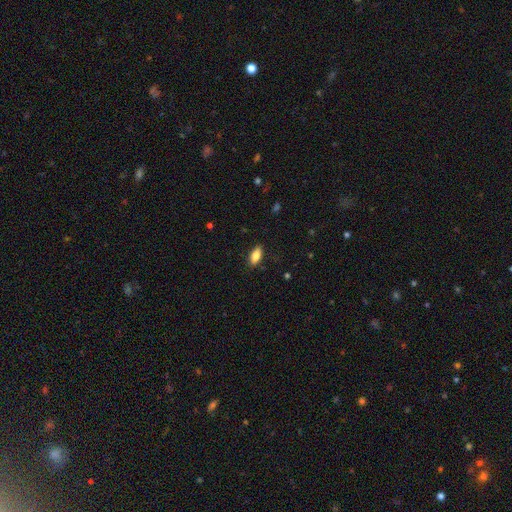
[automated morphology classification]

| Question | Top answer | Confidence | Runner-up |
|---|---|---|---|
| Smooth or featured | smooth | 81% | featured or disk (12%) |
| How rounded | in between | 83% | cigar-shaped (14%) |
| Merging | none | 87% | minor disturbance (10%) |